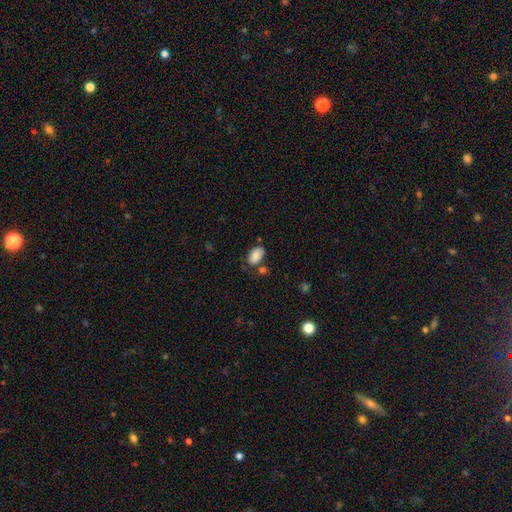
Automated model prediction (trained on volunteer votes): Smooth or featured: smooth — 83% (featured or disk — 10%)
How rounded: in between — 91% (round — 8%)
Merging: none — 64% (minor disturbance — 20%)